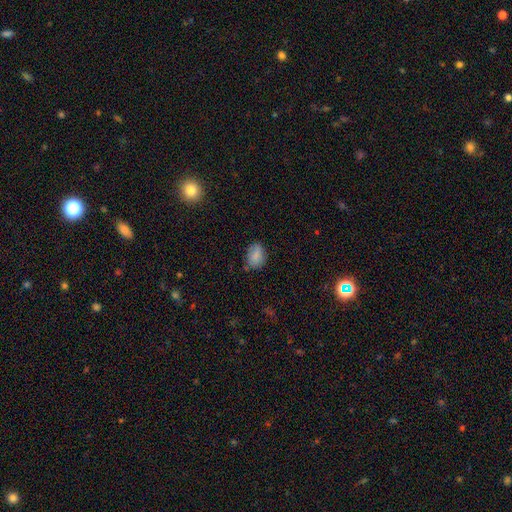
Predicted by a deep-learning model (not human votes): Overall: smooth (82%). How rounded: in between (73%). Merging: none (71%).